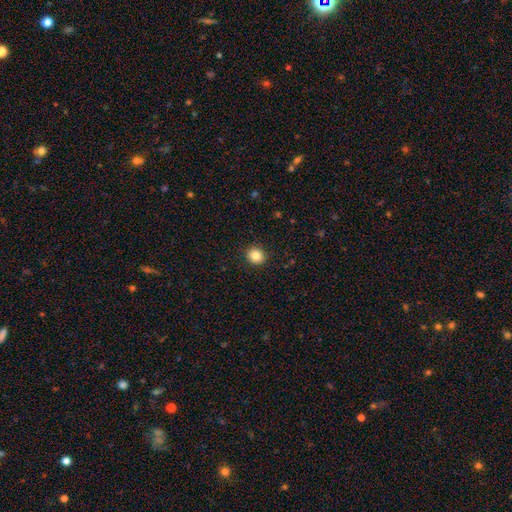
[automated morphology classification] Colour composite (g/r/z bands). It shows a smooth galaxy with no disk features (84%) that is round (81%). Merging: none (92%).